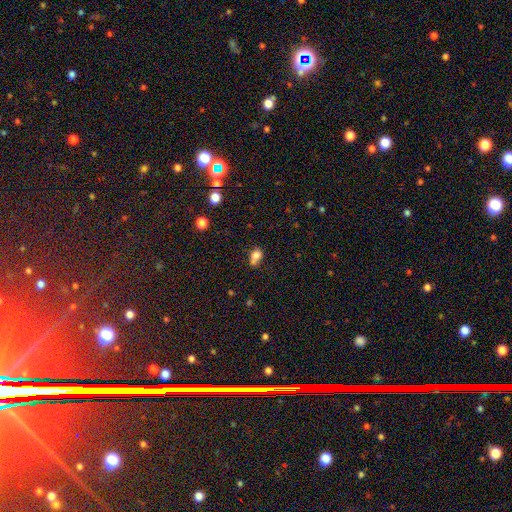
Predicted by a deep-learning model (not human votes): Overall: smooth (77%). How rounded: in between (61%; round 36%). Merging: none (35%; merger 31%).